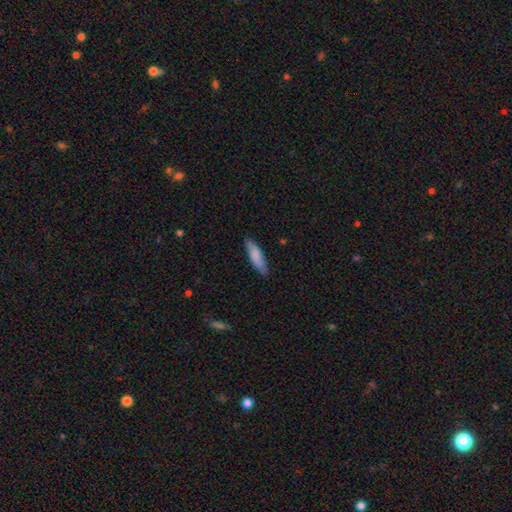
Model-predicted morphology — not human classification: Smooth or featured: smooth — 80% (featured or disk — 14%)
How rounded: cigar-shaped — 64% (in between — 34%)
Merging: none — 82% (minor disturbance — 14%)